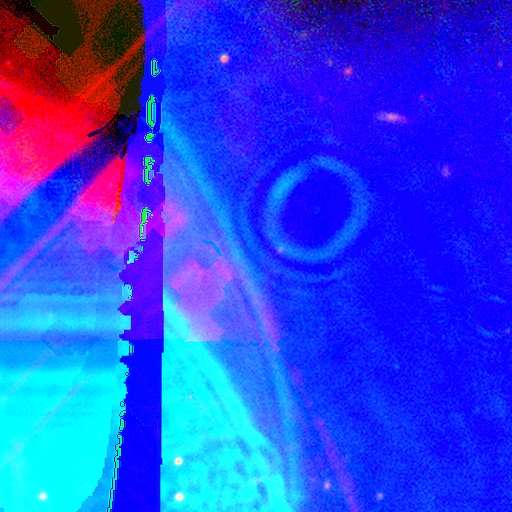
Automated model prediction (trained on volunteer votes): Smooth or featured? star or artifact (83%)